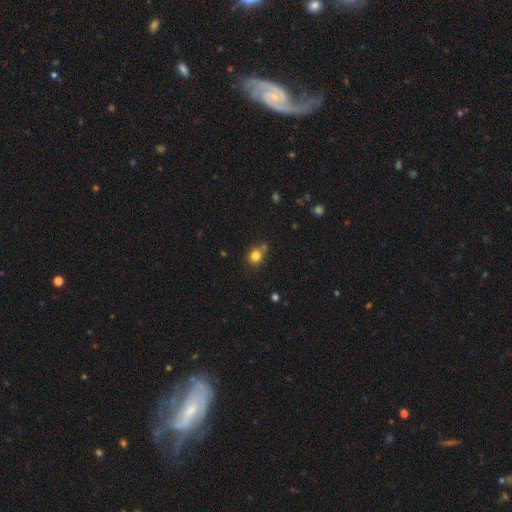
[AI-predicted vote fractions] Overall: smooth (80%). How rounded: round (73%). Merging: none (62%).